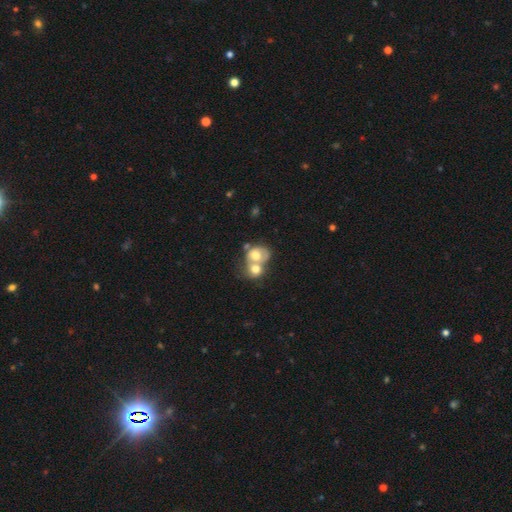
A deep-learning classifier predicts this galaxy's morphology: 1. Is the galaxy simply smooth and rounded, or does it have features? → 59% smooth, 33% featured or disk, 8% star or artifact.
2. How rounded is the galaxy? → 59% round, 40% in between, 1% cigar-shaped.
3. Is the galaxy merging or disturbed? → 76% merger, 13% none, 6% minor disturbance, 5% major disturbance.